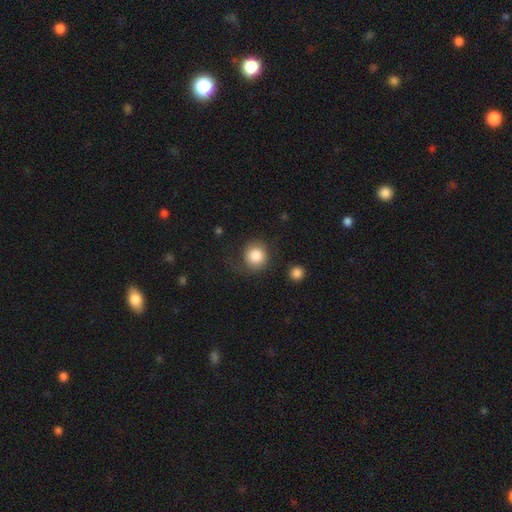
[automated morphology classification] Q: Smooth or featured?
A: smooth (83%); runner-up: featured or disk (9%)
Q: How rounded?
A: round (87%); runner-up: in between (12%)
Q: Merging?
A: none (63%); runner-up: minor disturbance (19%)